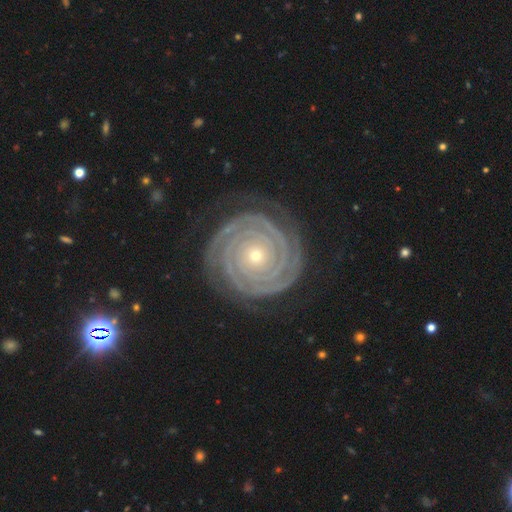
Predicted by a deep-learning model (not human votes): Smooth or featured: featured or disk — 93% (star or artifact — 5%)
Edge-on disk: no — 98% (yes — 2%)
Bar: no — 81% (weak — 9%)
Spiral arms: yes — 99% (no — 1%)
Spiral winding: tight — 93% (medium — 6%)
Spiral arm count: 2 — 54% (3 — 16%)
Bulge size: small — 75% (moderate — 22%)
Merging: none — 85% (minor disturbance — 11%)